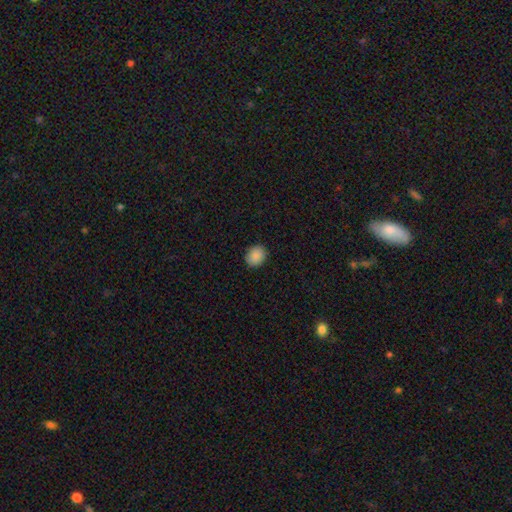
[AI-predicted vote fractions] Q: Smooth or featured?
A: smooth (89%); runner-up: star or artifact (8%)
Q: How rounded?
A: round (63%); runner-up: in between (36%)
Q: Merging?
A: none (89%); runner-up: minor disturbance (8%)